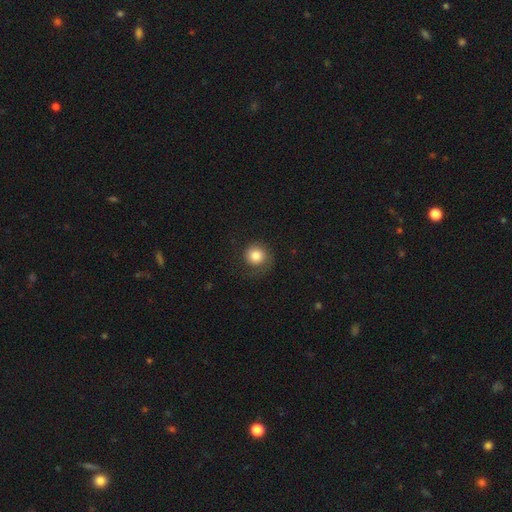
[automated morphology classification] smooth 81%, featured or disk 10%, star or artifact 8%. Down the decision tree: how rounded — round (91%); merging — none (68%).